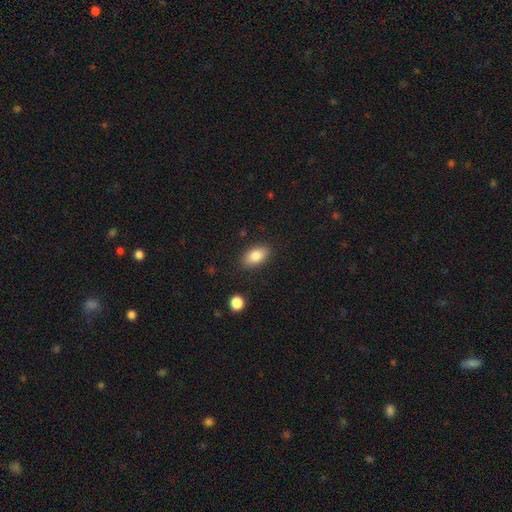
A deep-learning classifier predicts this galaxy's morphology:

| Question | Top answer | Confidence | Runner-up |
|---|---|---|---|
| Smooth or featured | smooth | 84% | featured or disk (9%) |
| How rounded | in between | 91% | round (6%) |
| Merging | none | 86% | minor disturbance (10%) |